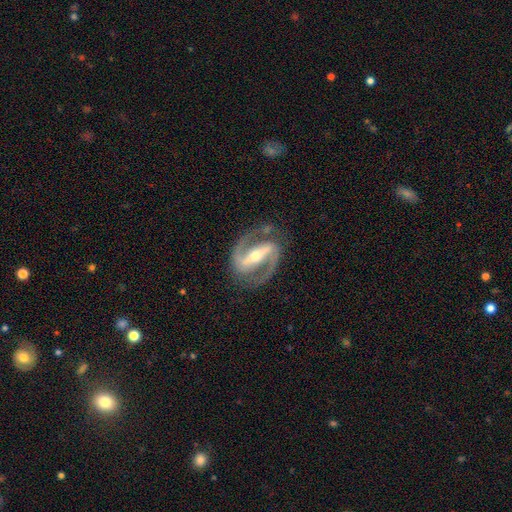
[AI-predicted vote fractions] Smooth or featured?
  - featured or disk: 93% *
  - star or artifact: 4%
  - smooth: 3%
Edge-on disk?
  - no: 97% *
  - yes: 3%
Bar?
  - strong: 76% *
  - weak: 17%
  - no: 7%
Spiral arms?
  - yes: 98% *
  - no: 2%
Spiral winding?
  - medium: 58% *
  - tight: 29%
  - loose: 12%
Spiral arm count?
  - 2: 94% *
  - 1: 2%
  - can't tell: 1%
  - 3: 1%
  - 4: 1%
  - more than 4: 1%
Bulge size?
  - moderate: 49% *
  - small: 46%
  - large: 2%
  - none: 1%
  - dominant: 1%
Merging?
  - none: 83% *
  - minor disturbance: 11%
  - major disturbance: 5%
  - merger: 1%